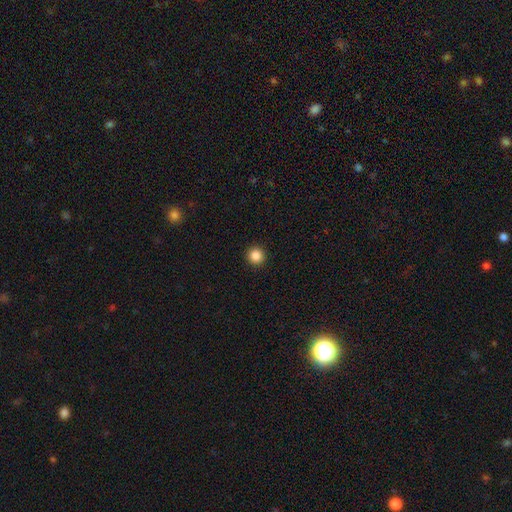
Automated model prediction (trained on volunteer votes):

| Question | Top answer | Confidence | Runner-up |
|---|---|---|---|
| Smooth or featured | smooth | 85% | star or artifact (11%) |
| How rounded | round | 96% | in between (3%) |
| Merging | none | 94% | minor disturbance (4%) |